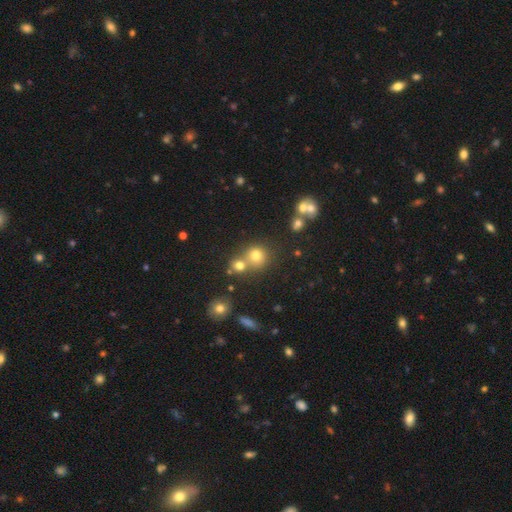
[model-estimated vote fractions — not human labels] Smooth or featured: smooth — 71% (star or artifact — 19%)
How rounded: round — 88% (in between — 11%)
Merging: none — 59% (merger — 29%)